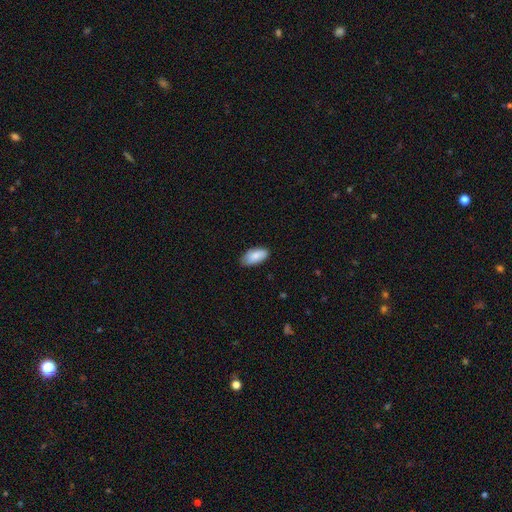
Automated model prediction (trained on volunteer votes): This appears to be a smooth galaxy with no disk features (86%) that is in between round and cigar-shaped (93%). Merging: none (77%).